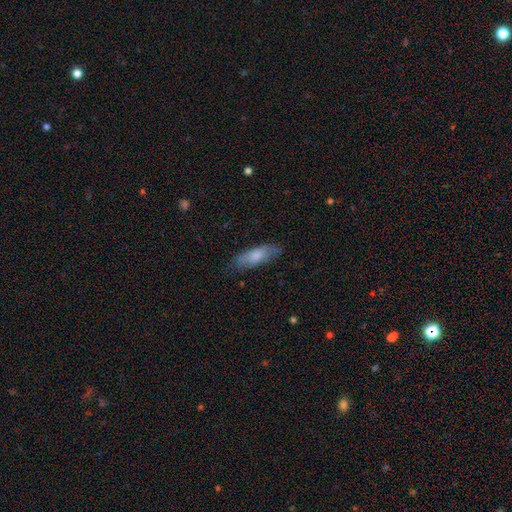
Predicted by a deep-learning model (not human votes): smooth-or-featured: smooth: 75% | featured or disk: 19% | star or artifact: 6%
  how-rounded: in between: 59% | cigar-shaped: 39% | round: 2%
  merging: none: 74% | minor disturbance: 20% | major disturbance: 5% | merger: 1%